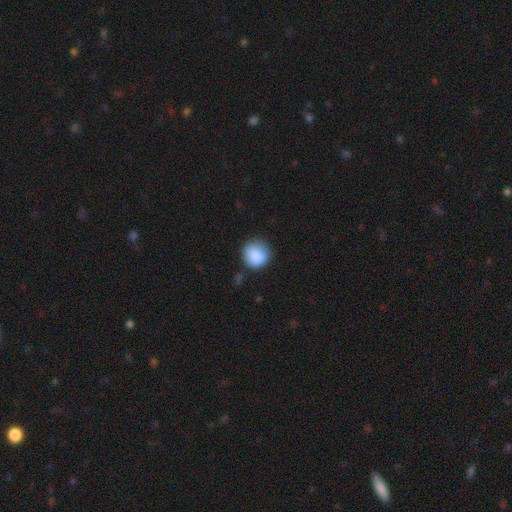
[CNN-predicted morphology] smooth_or_featured: smooth (p=0.87) [alt: star or artifact p=0.08]
how_rounded: round (p=0.87) [alt: in between p=0.12]
merging: none (p=0.73) [alt: minor disturbance p=0.19]